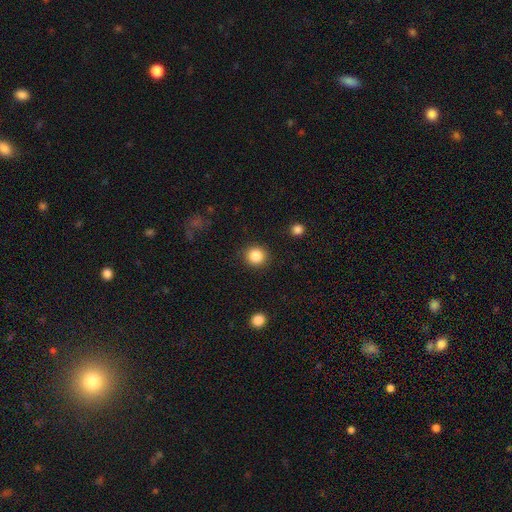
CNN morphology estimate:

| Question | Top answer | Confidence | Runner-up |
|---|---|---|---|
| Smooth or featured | smooth | 86% | star or artifact (10%) |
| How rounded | round | 91% | in between (8%) |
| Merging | none | 90% | minor disturbance (6%) |